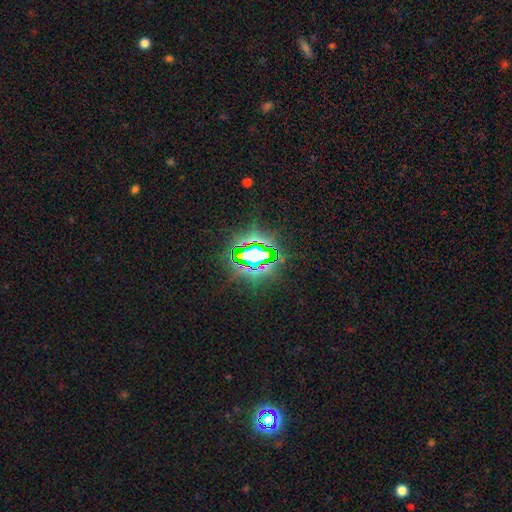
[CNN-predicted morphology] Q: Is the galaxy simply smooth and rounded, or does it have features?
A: star or artifact — 76%.